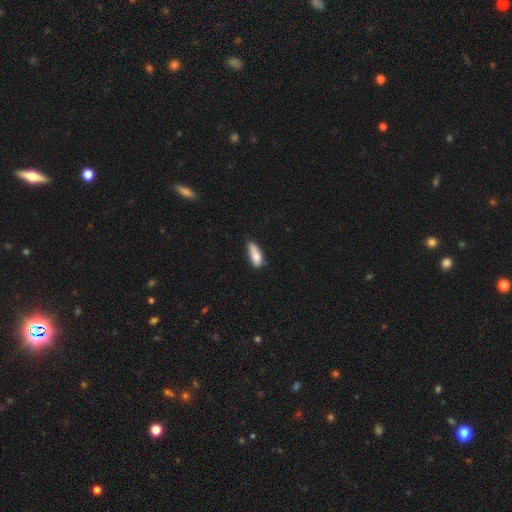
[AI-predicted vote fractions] Overall: smooth (81%). How rounded: in between (71%). Merging: none (49%; minor disturbance 38%).